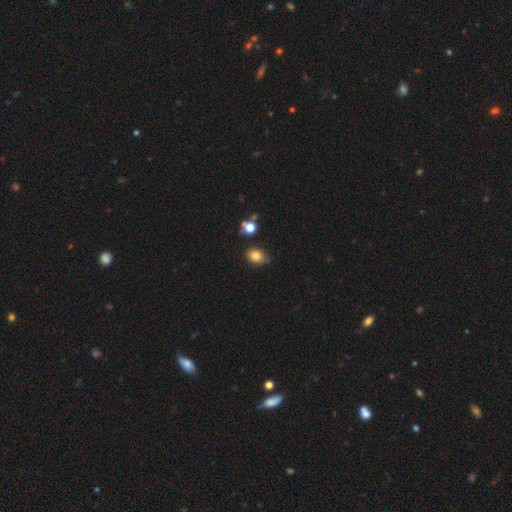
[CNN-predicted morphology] smooth-or-featured: smooth: 81% | star or artifact: 11% | featured or disk: 8%
  how-rounded: in between: 63% | round: 36% | cigar-shaped: 1%
  merging: none: 74% | minor disturbance: 18% | merger: 5% | major disturbance: 3%